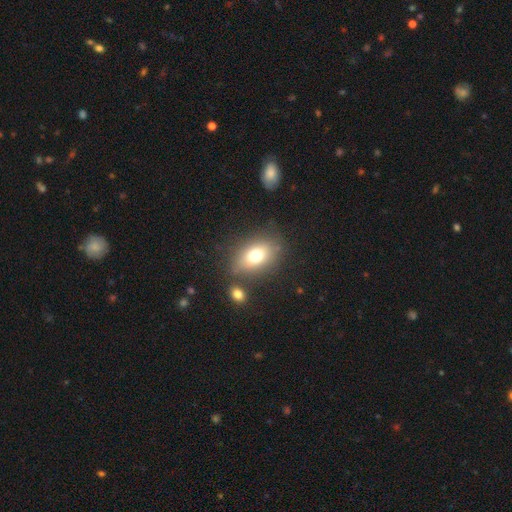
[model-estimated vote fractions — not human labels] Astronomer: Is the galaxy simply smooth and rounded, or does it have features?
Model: smooth — 74%.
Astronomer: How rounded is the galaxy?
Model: in between — 80%.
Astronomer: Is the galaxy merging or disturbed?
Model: none — 75%.